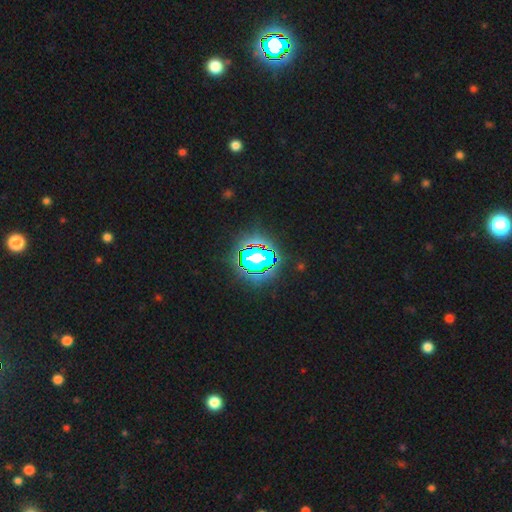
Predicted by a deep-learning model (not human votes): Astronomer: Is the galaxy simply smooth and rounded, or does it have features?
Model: star or artifact — 79%.